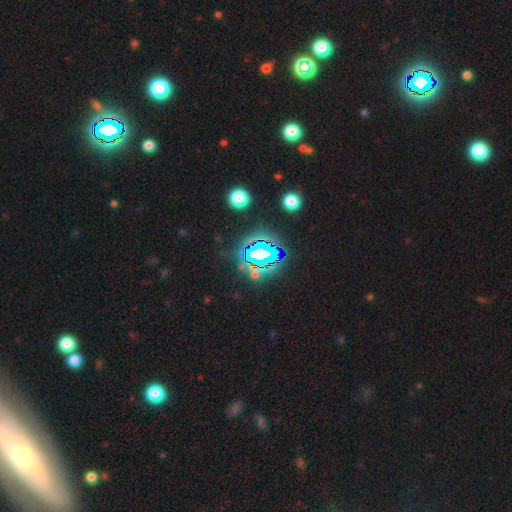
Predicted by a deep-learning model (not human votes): smooth-or-featured: star or artifact: 79% | smooth: 12% | featured or disk: 9%